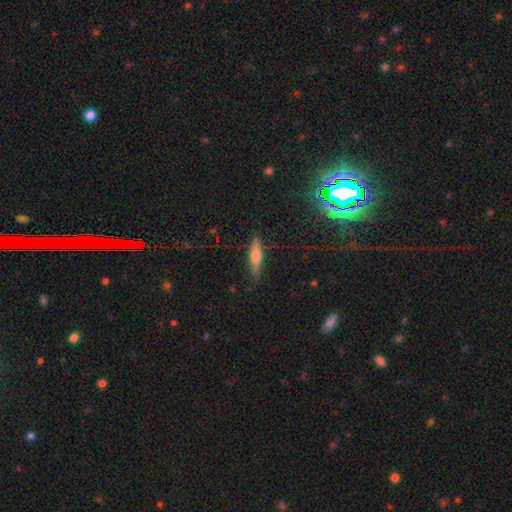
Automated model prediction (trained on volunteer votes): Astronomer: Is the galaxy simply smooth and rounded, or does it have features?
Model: smooth — 54% (runner-up: featured or disk, 36%).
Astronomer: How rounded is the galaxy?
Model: cigar-shaped — 72%.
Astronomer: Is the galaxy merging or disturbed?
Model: none — 84%.